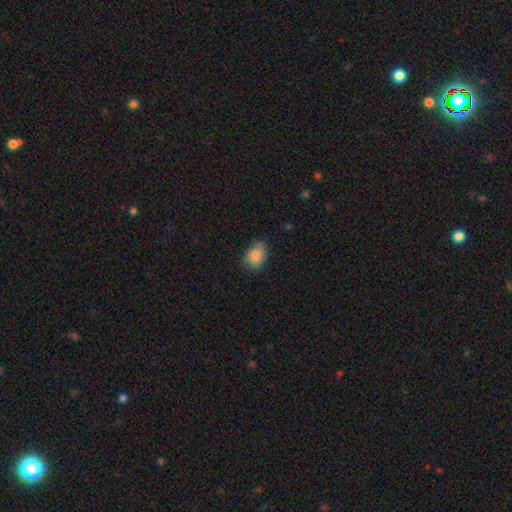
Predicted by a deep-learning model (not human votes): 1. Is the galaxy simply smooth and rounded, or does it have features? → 85% smooth, 8% star or artifact, 7% featured or disk.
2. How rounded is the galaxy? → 77% in between, 22% round, 1% cigar-shaped.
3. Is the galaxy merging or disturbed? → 64% none, 29% minor disturbance, 6% major disturbance, 2% merger.